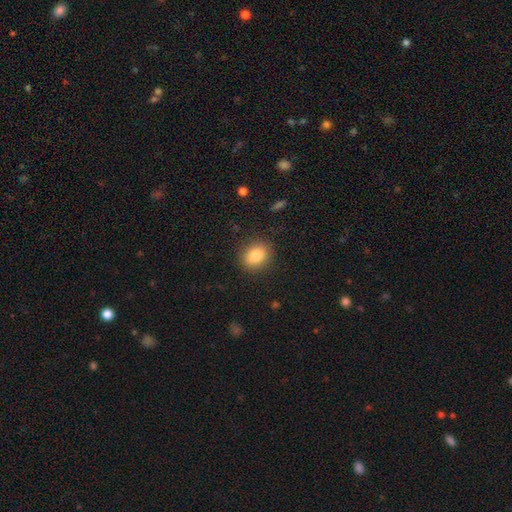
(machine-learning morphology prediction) smooth_or_featured: smooth (p=0.84) [alt: star or artifact p=0.09]
how_rounded: round (p=0.52) [alt: in between p=0.47]
merging: none (p=0.87) [alt: minor disturbance p=0.09]